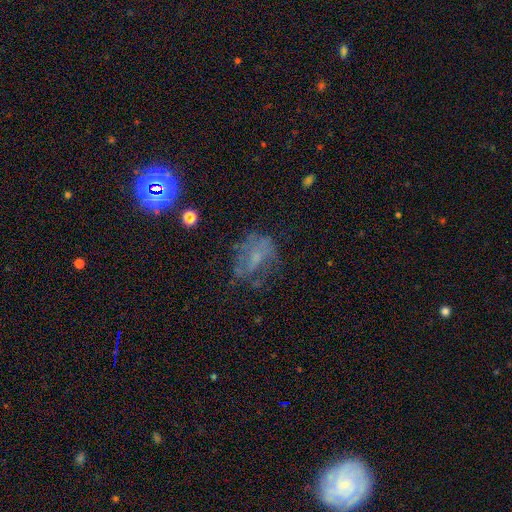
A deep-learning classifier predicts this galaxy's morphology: Overall: featured or disk (44%; smooth 33%). Merging: none (48%; major disturbance 26%).